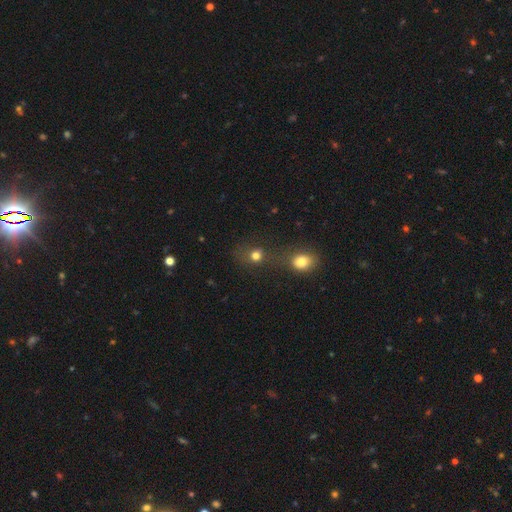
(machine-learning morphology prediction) smooth-or-featured: smooth: 75% | star or artifact: 17% | featured or disk: 9%
  how-rounded: round: 75% | in between: 23% | cigar-shaped: 1%
  merging: none: 43% | merger: 39% | minor disturbance: 10% | major disturbance: 8%